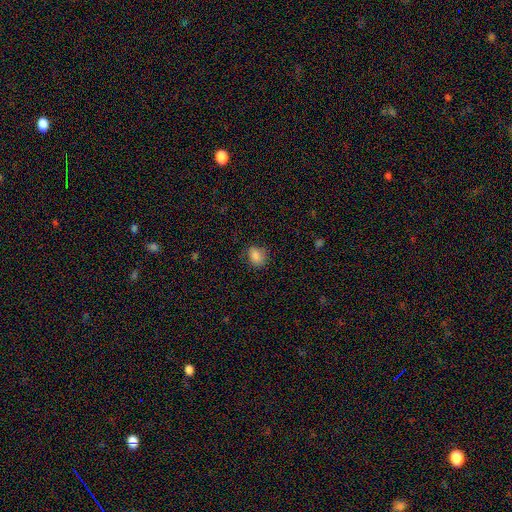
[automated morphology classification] Smooth or featured? smooth (83%)
How rounded? in between (51%)
Merging? none (76%)